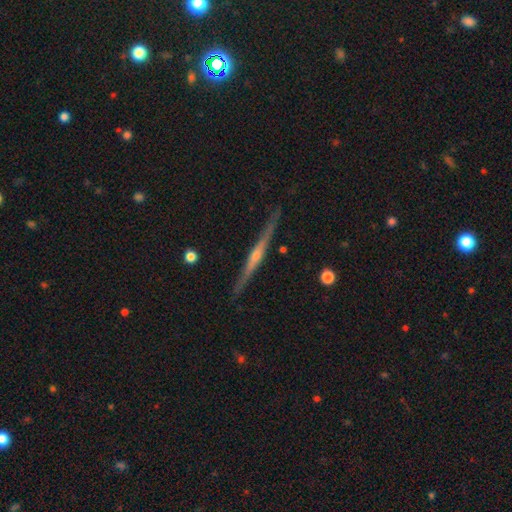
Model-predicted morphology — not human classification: featured or disk 80%, smooth 14%, star or artifact 6%. Down the decision tree: edge-on disk — yes (98%); edge-on bulge — rounded (76%); merging — none (88%).